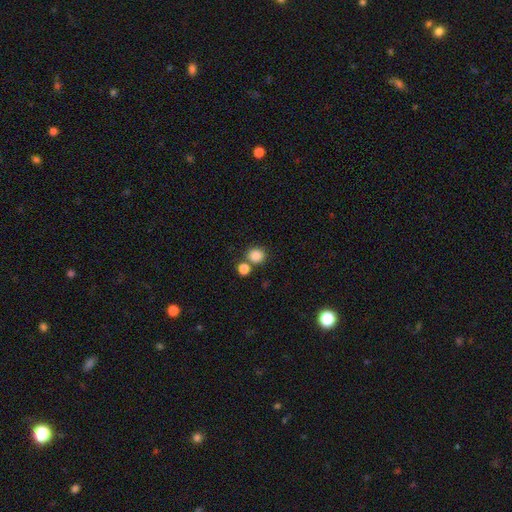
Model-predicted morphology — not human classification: This is clearly a smooth galaxy (85%). How rounded: clearly round (86%). Merging: likely none (68%).